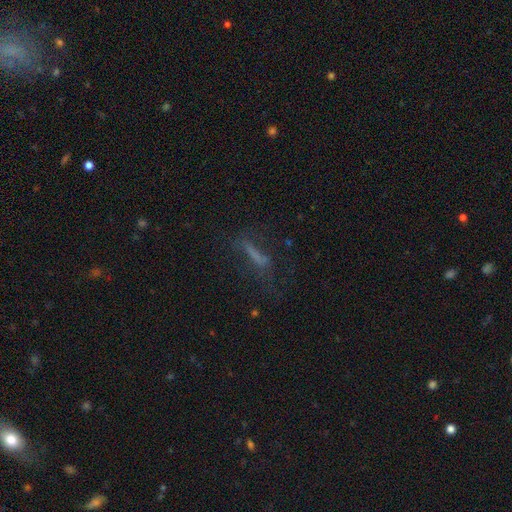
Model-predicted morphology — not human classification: A smooth galaxy with no disk features (46%). Merging: none (53%).